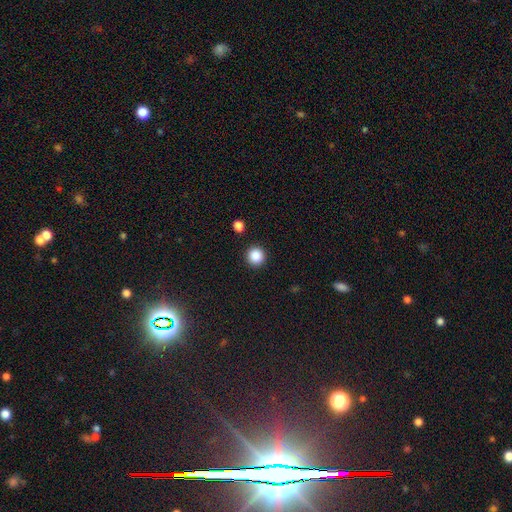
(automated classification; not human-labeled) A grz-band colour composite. It shows a smooth galaxy with no disk features (87%) that is round (95%). Merging: none (92%).